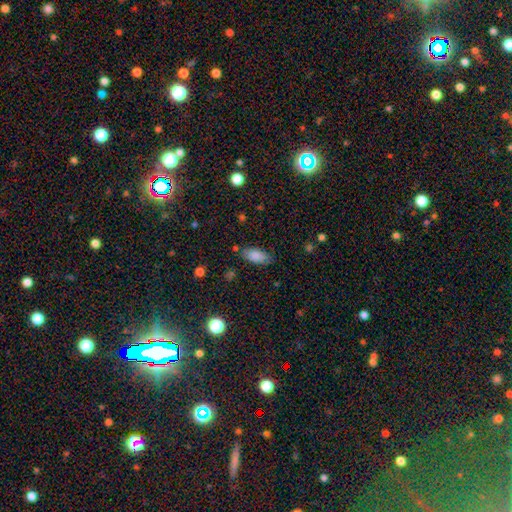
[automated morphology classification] smooth_or_featured: smooth (p=0.84) [alt: star or artifact p=0.09]
how_rounded: in between (p=0.89) [alt: cigar-shaped p=0.09]
merging: none (p=0.78) [alt: minor disturbance p=0.16]